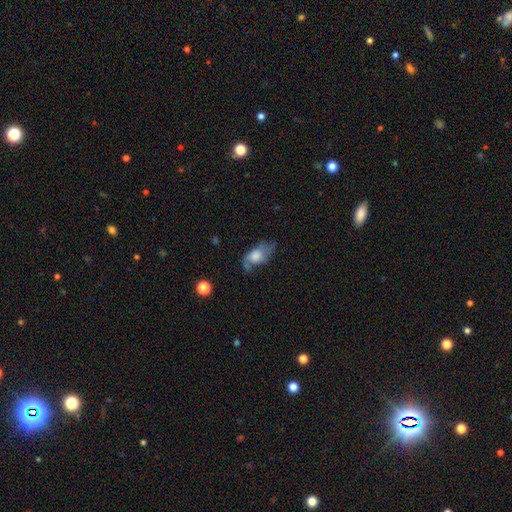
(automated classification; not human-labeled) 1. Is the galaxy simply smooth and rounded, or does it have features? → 57% smooth, 34% featured or disk, 9% star or artifact.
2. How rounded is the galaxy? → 84% in between, 11% round, 5% cigar-shaped.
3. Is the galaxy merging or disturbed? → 42% none, 31% minor disturbance, 23% major disturbance, 4% merger.